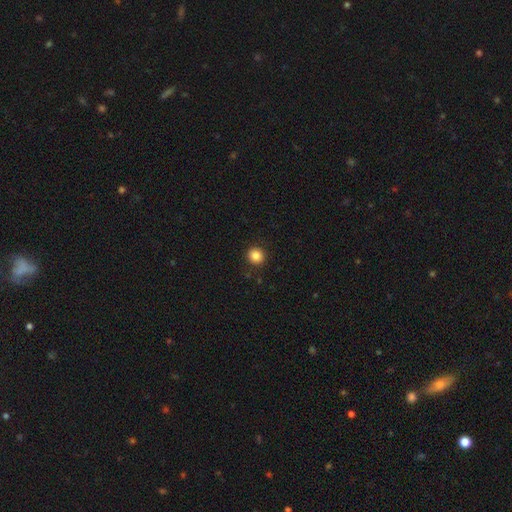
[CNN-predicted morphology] A smooth galaxy with no disk features (85%) that is round (92%). Merging: none (91%).